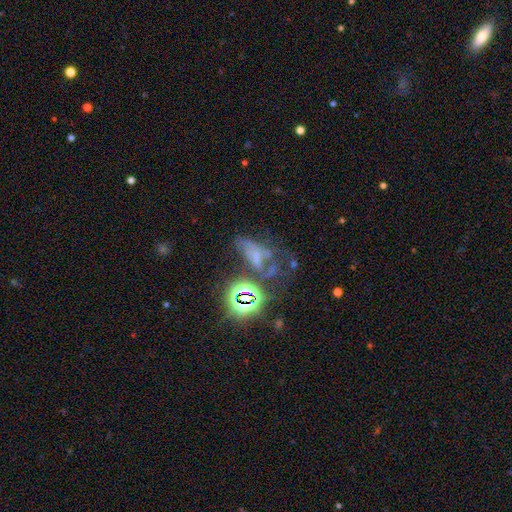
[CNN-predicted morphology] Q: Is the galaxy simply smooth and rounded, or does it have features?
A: star or artifact — 38%.